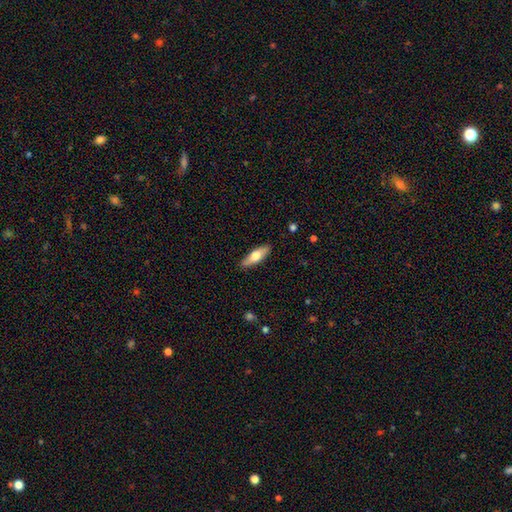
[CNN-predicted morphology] smooth_or_featured: smooth (p=0.62) [alt: featured or disk p=0.32]
how_rounded: cigar-shaped (p=0.50) [alt: in between p=0.47]
merging: none (p=0.88) [alt: minor disturbance p=0.09]